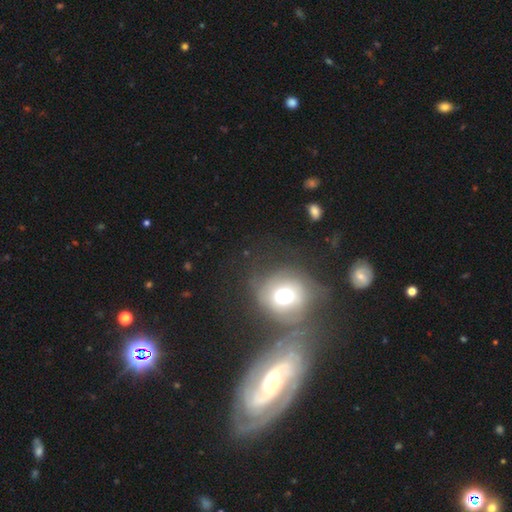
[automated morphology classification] Overall: featured or disk (51%; smooth 36%). Edge-on disk: no (88%). Merging: none (49%; merger 33%).